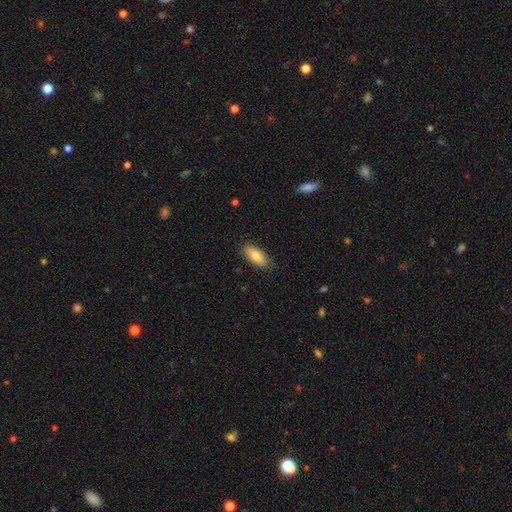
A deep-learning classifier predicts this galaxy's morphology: The model was most divided on "smooth or featured": smooth: 78%, featured or disk: 15%, star or artifact: 6%. More confident: how rounded — in between (85%); merging — none (84%).